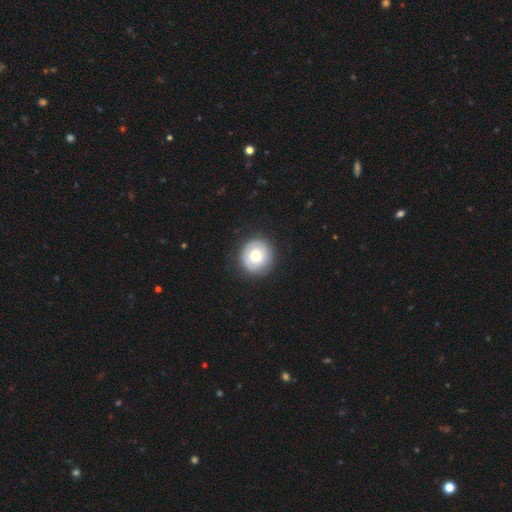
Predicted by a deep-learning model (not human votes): Smooth or featured: smooth — 64% (featured or disk — 29%)
How rounded: round — 91% (in between — 8%)
Merging: none — 87% (minor disturbance — 9%)